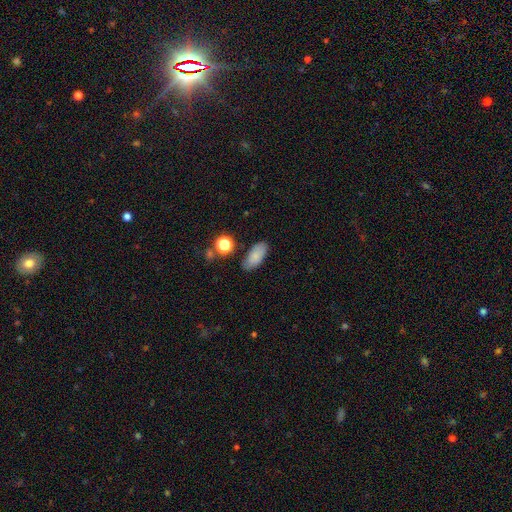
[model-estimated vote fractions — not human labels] Smooth or featured?
  - smooth: 81% *
  - featured or disk: 10%
  - star or artifact: 9%
How rounded?
  - in between: 87% *
  - cigar-shaped: 9%
  - round: 4%
Merging?
  - none: 79% *
  - minor disturbance: 15%
  - major disturbance: 4%
  - merger: 3%